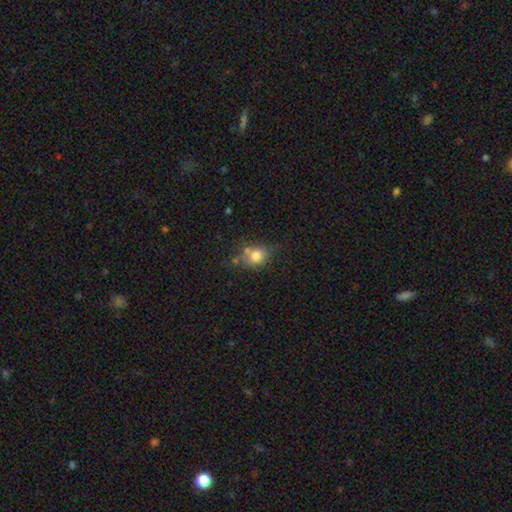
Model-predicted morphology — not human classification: Smooth or featured: smooth — 75% (featured or disk — 13%)
How rounded: round — 54% (in between — 45%)
Merging: none — 54% (minor disturbance — 23%)